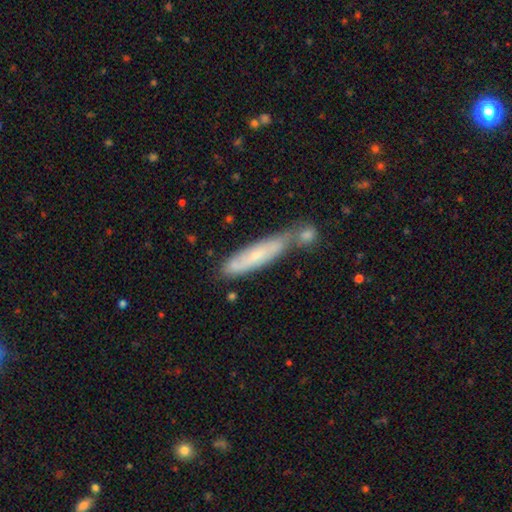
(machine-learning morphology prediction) Smooth or featured? Predicted: smooth (p=0.55). How rounded? Predicted: cigar-shaped (p=0.83). Merging? Predicted: none (p=0.49).